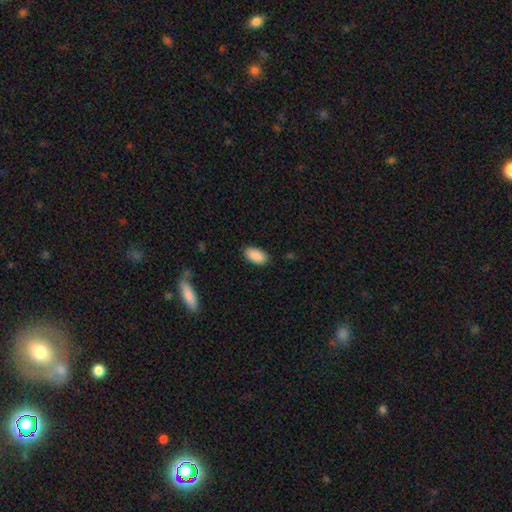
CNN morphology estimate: type=smooth (90%); roundness=in between (95%); merging=none (87%).